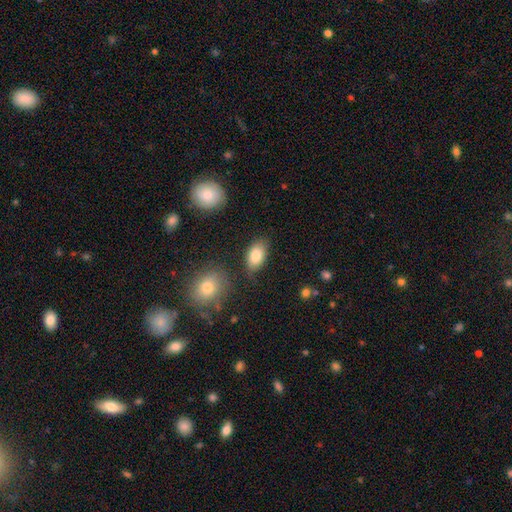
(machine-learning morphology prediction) Q: Smooth or featured?
A: smooth (84%); runner-up: featured or disk (9%)
Q: How rounded?
A: in between (92%); runner-up: round (6%)
Q: Merging?
A: none (78%); runner-up: minor disturbance (14%)